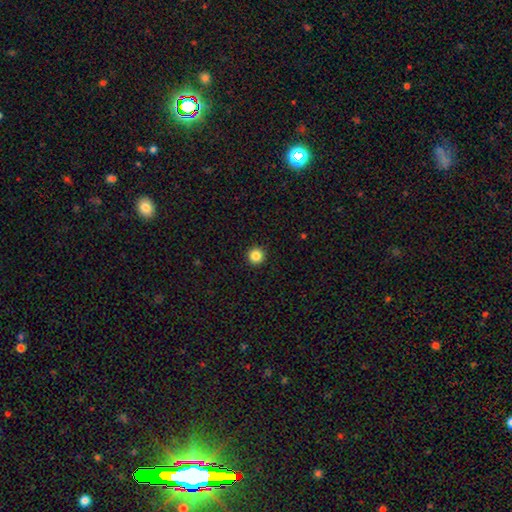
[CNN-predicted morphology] type=smooth (85%); roundness=round (96%); merging=none (93%).